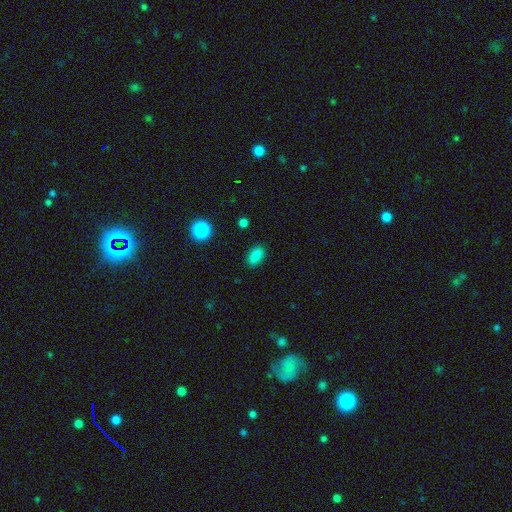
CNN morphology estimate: Smooth or featured? smooth (85%)
How rounded? in between (87%)
Merging? none (87%)